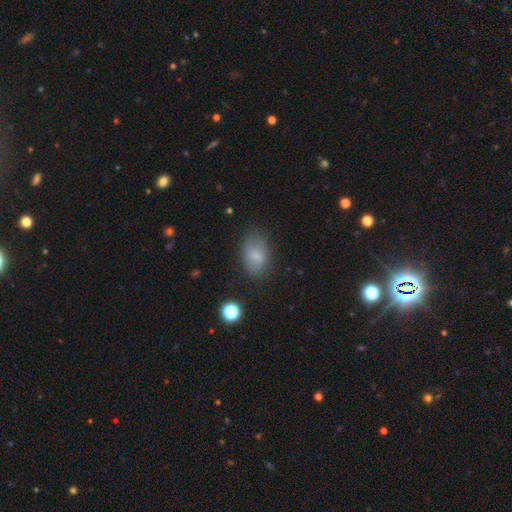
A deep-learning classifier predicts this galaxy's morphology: smooth_or_featured: smooth (p=0.74) [alt: featured or disk p=0.17]
how_rounded: in between (p=0.88) [alt: round p=0.10]
merging: none (p=0.75) [alt: minor disturbance p=0.18]